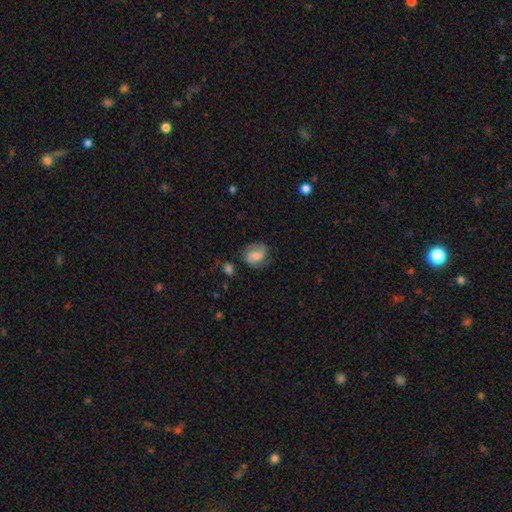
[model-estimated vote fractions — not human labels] The model was most divided on "how rounded": in between: 50%, round: 49%, cigar-shaped: 1%. More confident: merging — none (60%); smooth or featured — smooth (51%).